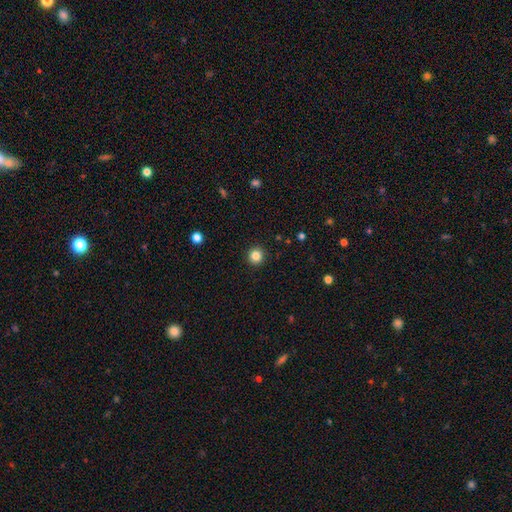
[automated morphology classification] smooth 84%, star or artifact 11%, featured or disk 4%. Down the decision tree: how rounded — round (94%); merging — none (93%).